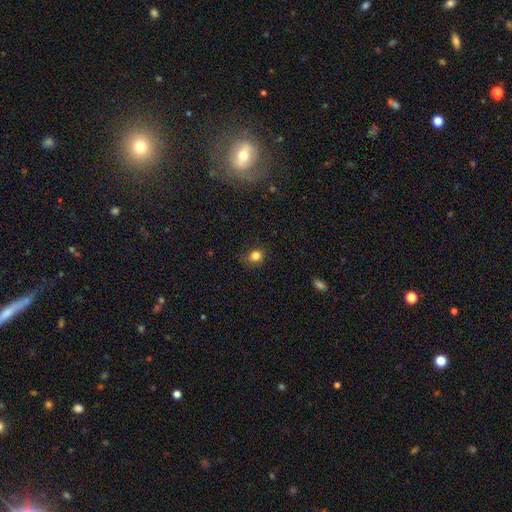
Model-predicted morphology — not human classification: type=smooth (82%); roundness=round (72%); merging=none (73%).